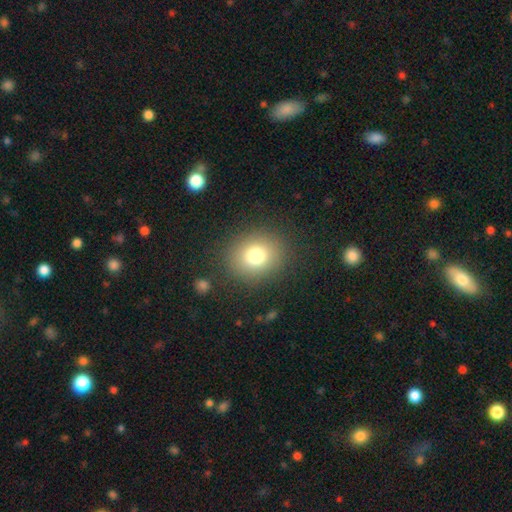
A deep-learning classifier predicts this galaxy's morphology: smooth_or_featured: smooth (p=0.77) [alt: star or artifact p=0.13]
how_rounded: round (p=0.76) [alt: in between p=0.23]
merging: none (p=0.86) [alt: minor disturbance p=0.08]